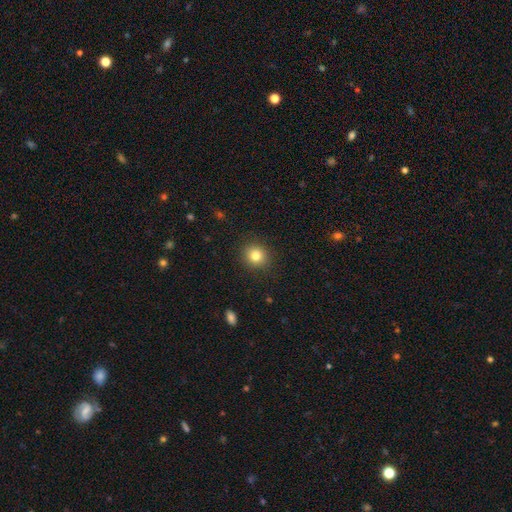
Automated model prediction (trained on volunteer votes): smooth_or_featured: smooth (p=0.81) [alt: star or artifact p=0.11]
how_rounded: round (p=0.88) [alt: in between p=0.12]
merging: none (p=0.90) [alt: minor disturbance p=0.06]